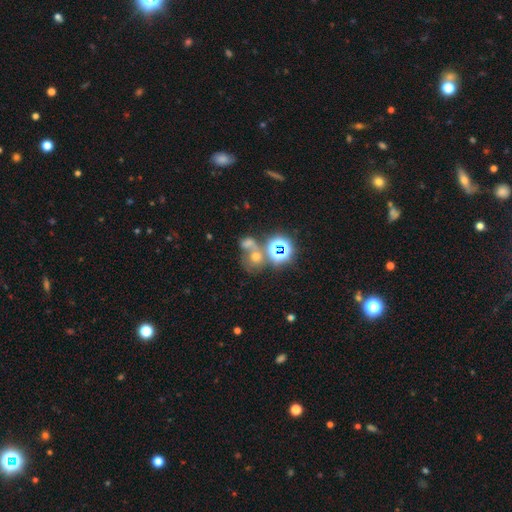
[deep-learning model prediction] The model was most divided on "smooth or featured": star or artifact: 45%, smooth: 38%, featured or disk: 17%.